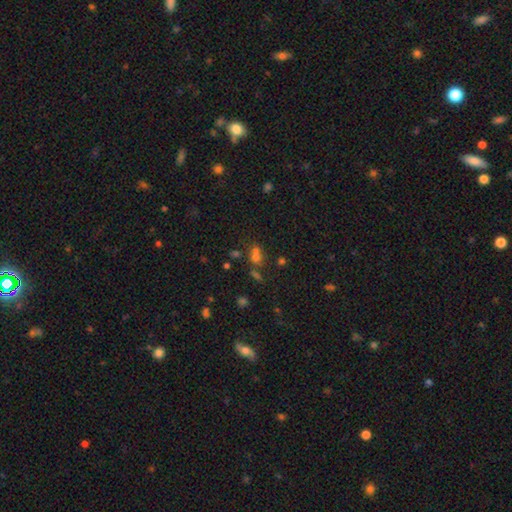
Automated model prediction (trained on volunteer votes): This appears to be a smooth galaxy with no disk features (50%). Merging: none (45%).